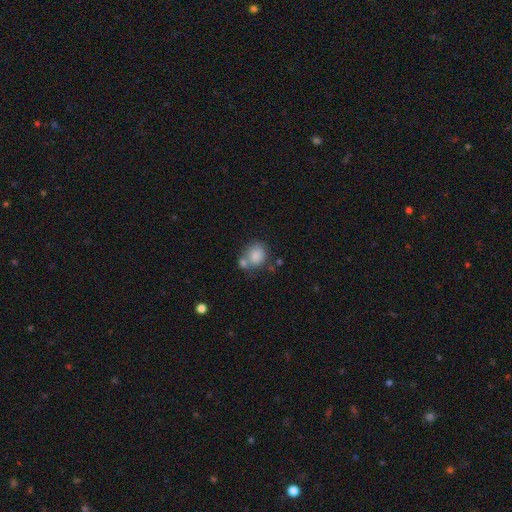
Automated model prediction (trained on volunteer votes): Smooth or featured: smooth — 83% (star or artifact — 9%)
How rounded: round — 58% (in between — 41%)
Merging: none — 46% (merger — 33%)